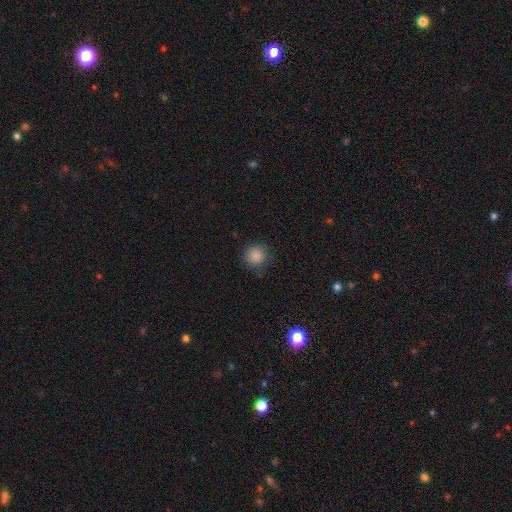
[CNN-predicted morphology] Smooth or featured?
  - smooth: 86% *
  - star or artifact: 10%
  - featured or disk: 4%
How rounded?
  - round: 91% *
  - in between: 8%
  - cigar-shaped: 1%
Merging?
  - none: 80% *
  - minor disturbance: 15%
  - major disturbance: 4%
  - merger: 1%